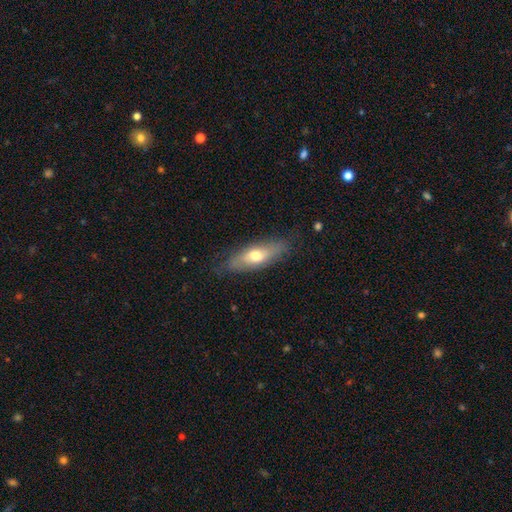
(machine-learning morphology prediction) type=smooth (60%); roundness=in between (61%); merging=none (79%).